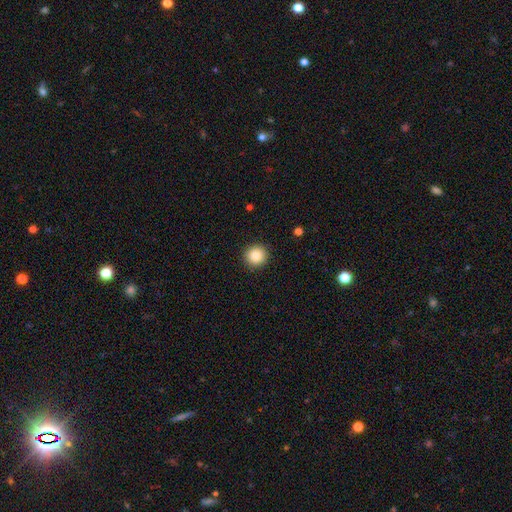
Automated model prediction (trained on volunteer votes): Morphology: type=smooth (85%); roundness=round (94%); merging=none (92%).